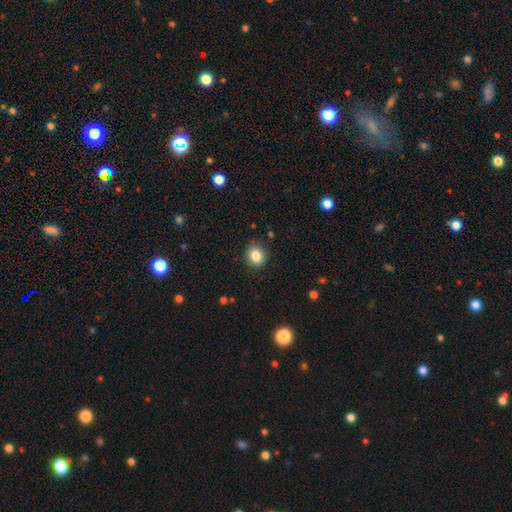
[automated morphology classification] Smooth or featured? smooth (85%)
How rounded? round (74%)
Merging? none (88%)